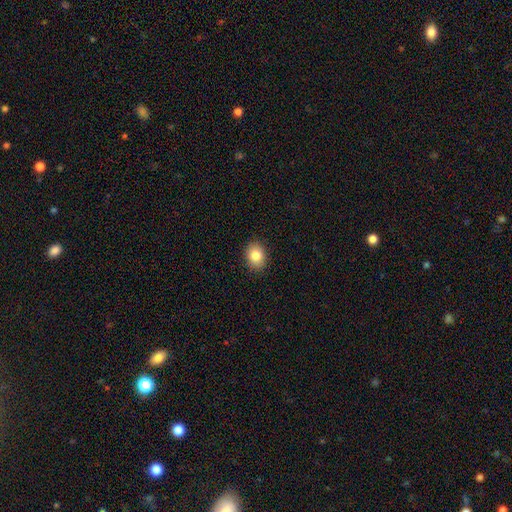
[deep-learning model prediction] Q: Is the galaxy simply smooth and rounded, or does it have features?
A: smooth — 83%.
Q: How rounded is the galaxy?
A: in between — 51%.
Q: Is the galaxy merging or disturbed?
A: none — 90%.